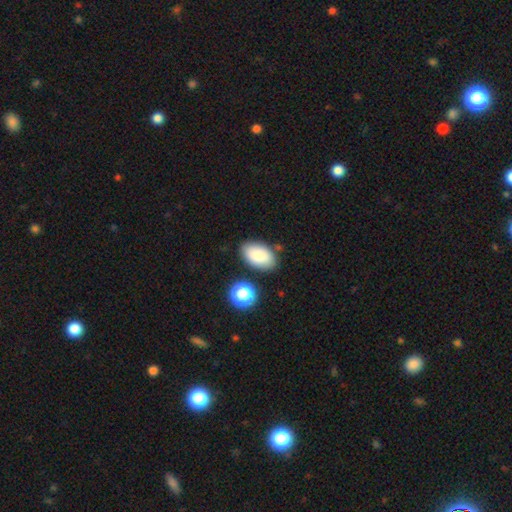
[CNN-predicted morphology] smooth 84%, star or artifact 8%, featured or disk 8%. Down the decision tree: how rounded — in between (93%); merging — none (80%).